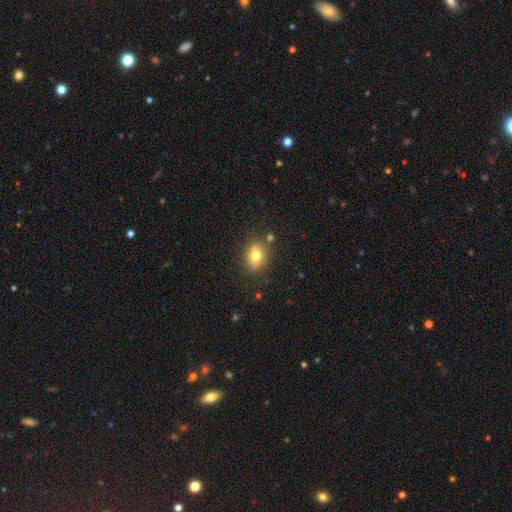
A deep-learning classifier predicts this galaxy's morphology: Smooth or featured?
  - smooth: 70% *
  - featured or disk: 19%
  - star or artifact: 12%
How rounded?
  - in between: 53% *
  - round: 45%
  - cigar-shaped: 2%
Merging?
  - none: 73% *
  - minor disturbance: 16%
  - merger: 7%
  - major disturbance: 4%